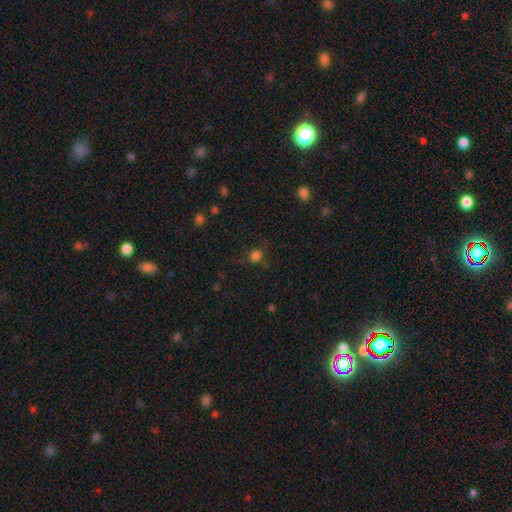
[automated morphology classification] The model was most divided on "smooth or featured": smooth: 72%, star or artifact: 22%, featured or disk: 7%. More confident: how rounded — round (79%); merging — none (69%).